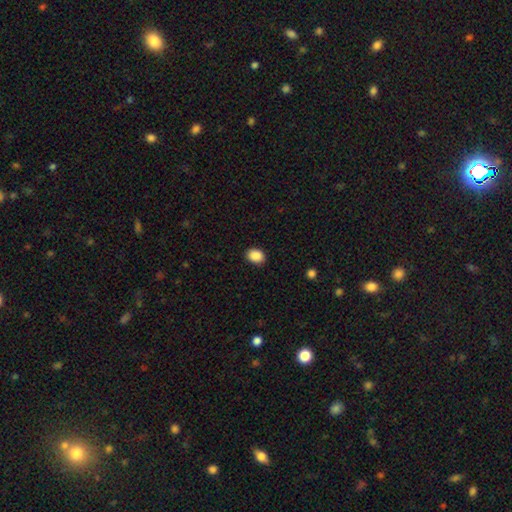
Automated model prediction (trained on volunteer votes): smooth 89%, star or artifact 8%, featured or disk 3%. Down the decision tree: how rounded — in between (63%); merging — none (89%).